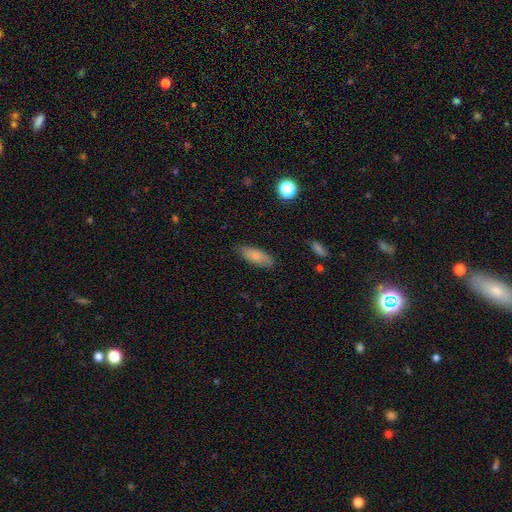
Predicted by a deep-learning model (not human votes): A smooth galaxy with no disk features (79%) that is in between round and cigar-shaped (72%).

Vote fractions:
- Smooth or featured? smooth: 79% / featured or disk: 13% / star or artifact: 7%
- How rounded? in between: 72% / cigar-shaped: 26% / round: 2%
- Merging? none: 83% / minor disturbance: 13% / major disturbance: 2% / merger: 1%